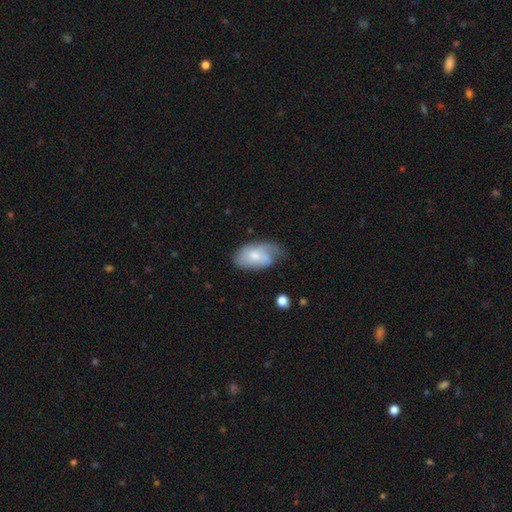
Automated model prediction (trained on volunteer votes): Morphology: type=smooth (56%); roundness=in between (93%); merging=none (42%).